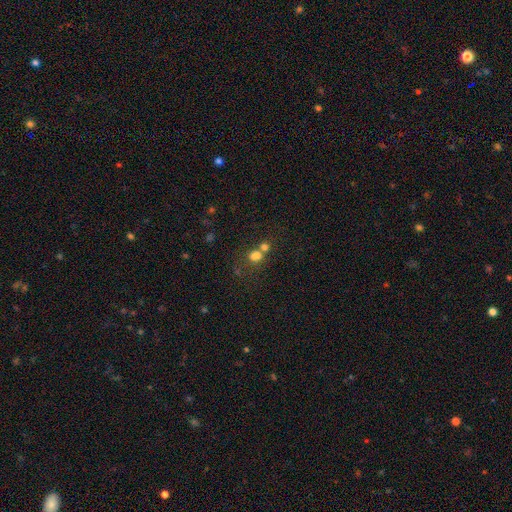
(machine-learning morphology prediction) smooth 72%, star or artifact 17%, featured or disk 11%. Down the decision tree: how rounded — round (69%); merging — merger (51%).